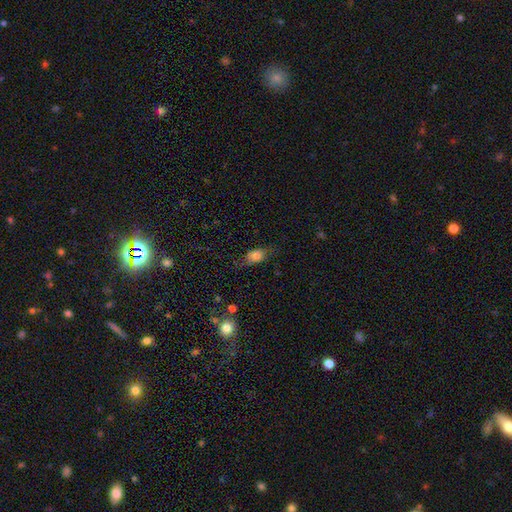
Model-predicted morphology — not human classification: smooth_or_featured: smooth (p=0.72) [alt: featured or disk p=0.18]
how_rounded: in between (p=0.75) [alt: round p=0.18]
merging: none (p=0.65) [alt: minor disturbance p=0.24]